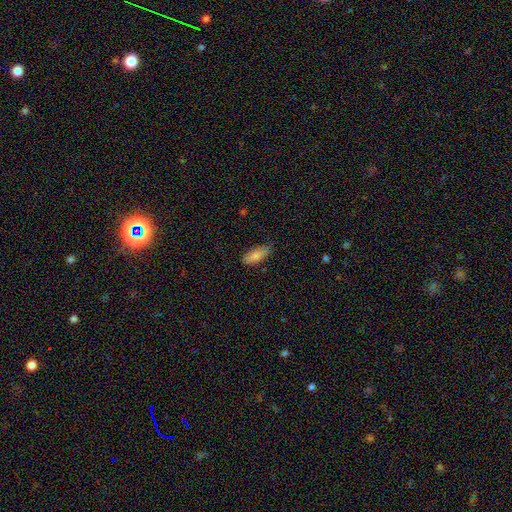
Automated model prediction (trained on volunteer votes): Overall: smooth (83%). How rounded: in between (81%). Merging: none (72%).